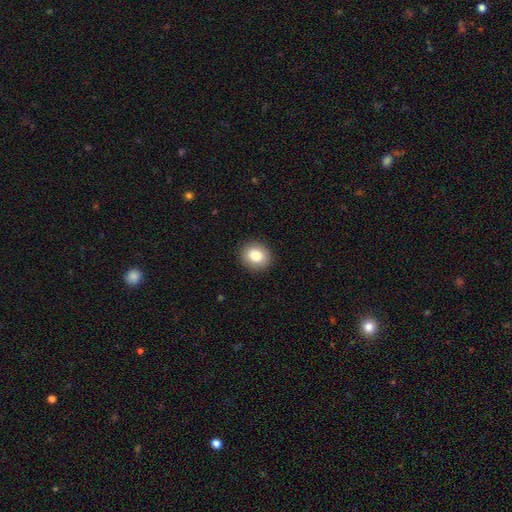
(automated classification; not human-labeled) Smooth or featured? Predicted: smooth (p=0.83). How rounded? Predicted: round (p=0.70). Merging? Predicted: none (p=0.90).